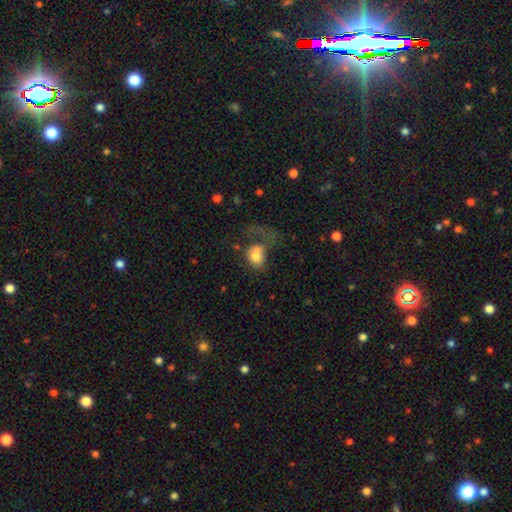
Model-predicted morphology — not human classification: type=smooth (70%); roundness=round (52%); merging=major disturbance (48%).